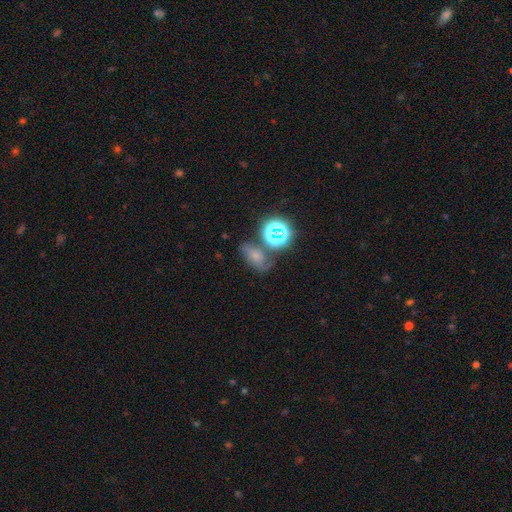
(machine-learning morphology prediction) Smooth or featured?
  - smooth: 48% *
  - star or artifact: 27%
  - featured or disk: 25%
Merging?
  - none: 52% *
  - minor disturbance: 23%
  - merger: 14%
  - major disturbance: 12%